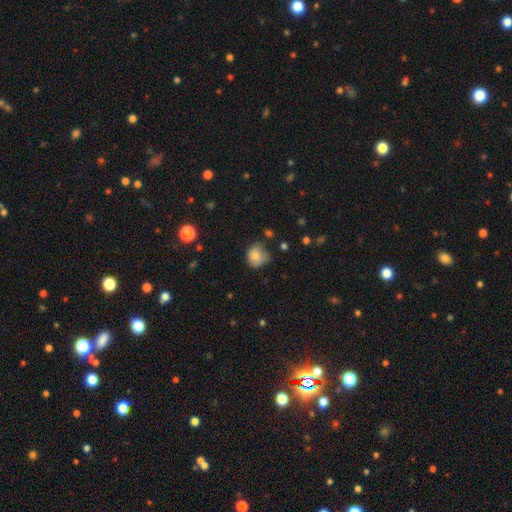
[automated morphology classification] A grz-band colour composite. It shows a smooth galaxy with no disk features (79%) that is round (74%). Merging: none (49%).